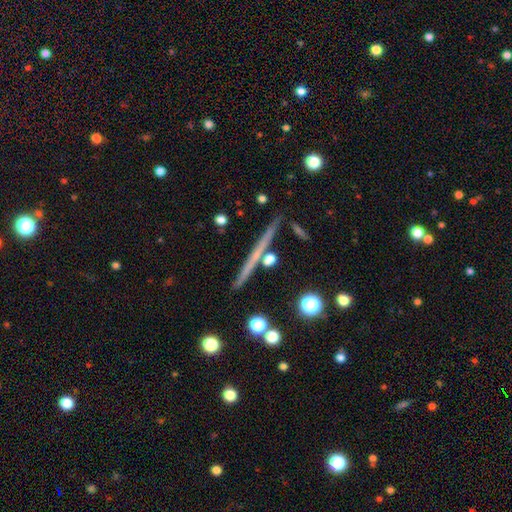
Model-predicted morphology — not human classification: This appears to be a featured or disk galaxy (67%) viewed edge-on (98%) with no central bulge (70%). Merging: none (89%).